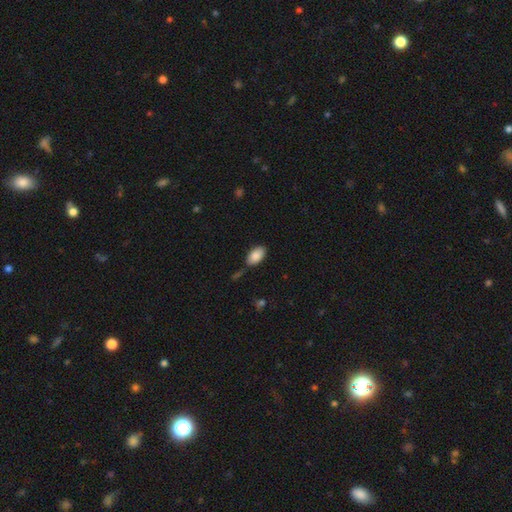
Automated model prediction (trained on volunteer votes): Morphology: type=smooth (86%); roundness=in between (94%); merging=none (75%).